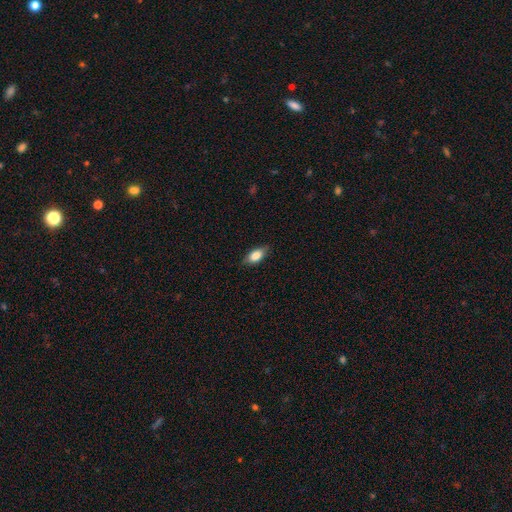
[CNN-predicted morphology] Smooth or featured?
  - smooth: 77% *
  - featured or disk: 16%
  - star or artifact: 7%
How rounded?
  - in between: 84% *
  - cigar-shaped: 12%
  - round: 5%
Merging?
  - none: 82% *
  - minor disturbance: 14%
  - major disturbance: 3%
  - merger: 1%